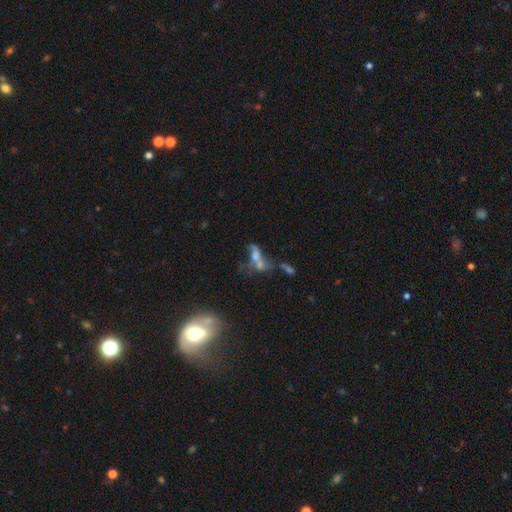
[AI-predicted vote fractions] smooth-or-featured: featured or disk: 44% | smooth: 35% | star or artifact: 20%
  merging: merger: 55% | major disturbance: 20% | none: 16% | minor disturbance: 8%